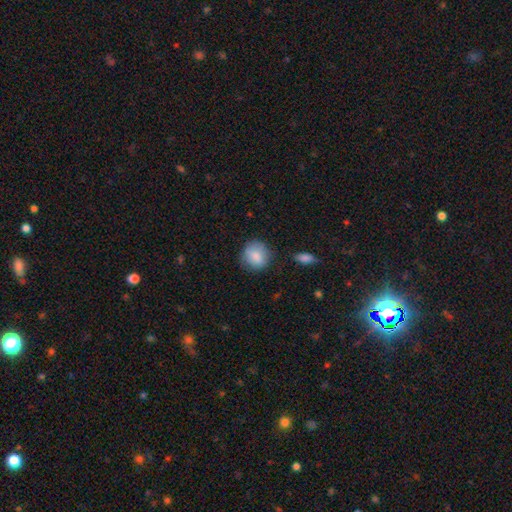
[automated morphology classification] smooth-or-featured: smooth: 84% | featured or disk: 8% | star or artifact: 7%
  how-rounded: round: 85% | in between: 14% | cigar-shaped: 1%
  merging: none: 79% | minor disturbance: 15% | major disturbance: 4% | merger: 2%